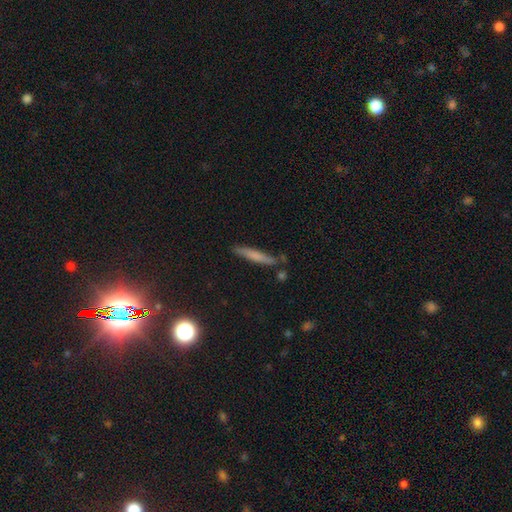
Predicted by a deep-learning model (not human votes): This is likely a smooth galaxy (63%). How rounded: clearly cigar-shaped (93%). Merging: likely none (78%).